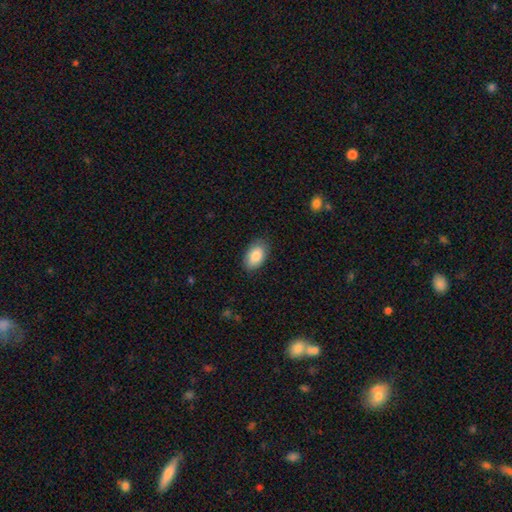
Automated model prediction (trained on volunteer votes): smooth 87%, featured or disk 7%, star or artifact 6%. Down the decision tree: how rounded — in between (93%); merging — none (84%).